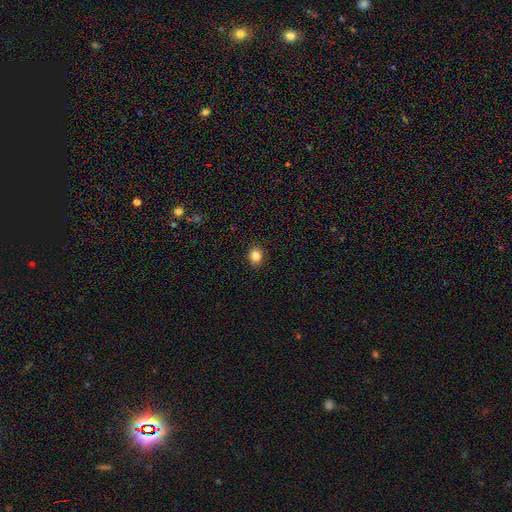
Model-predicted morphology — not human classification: Smooth or featured?
  - smooth: 85% *
  - star or artifact: 11%
  - featured or disk: 4%
How rounded?
  - round: 69% *
  - in between: 30%
  - cigar-shaped: 1%
Merging?
  - none: 91% *
  - minor disturbance: 6%
  - major disturbance: 2%
  - merger: 1%